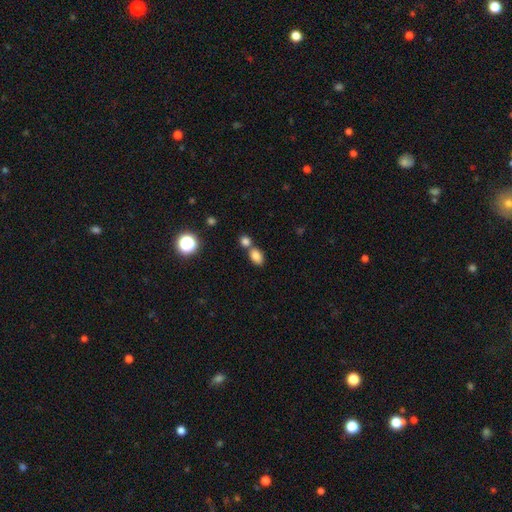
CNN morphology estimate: smooth_or_featured: smooth (p=0.82) [alt: star or artifact p=0.11]
how_rounded: in between (p=0.83) [alt: round p=0.15]
merging: none (p=0.49) [alt: merger p=0.38]